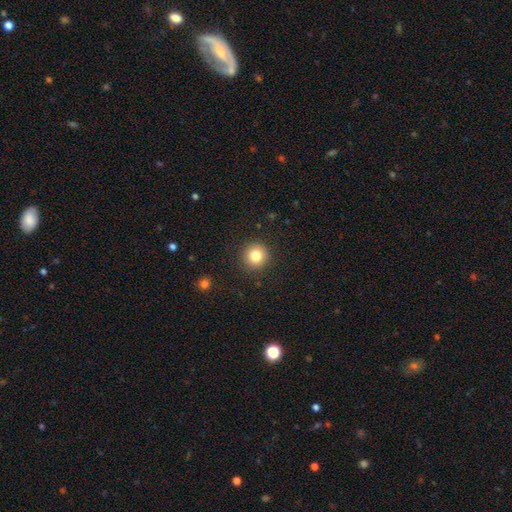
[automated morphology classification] Smooth or featured? Predicted: smooth (p=0.82). How rounded? Predicted: round (p=0.95). Merging? Predicted: none (p=0.91).